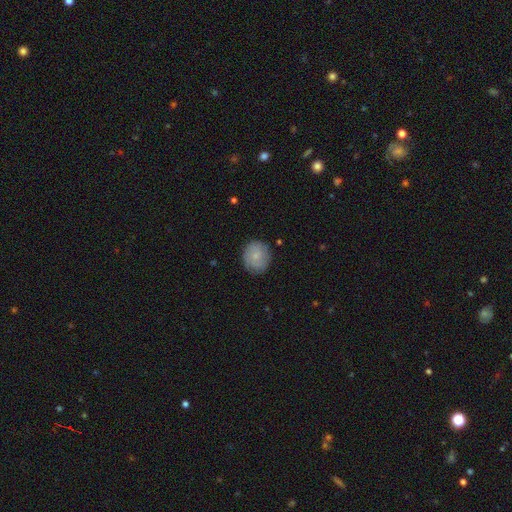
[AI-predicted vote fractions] smooth 67%, featured or disk 25%, star or artifact 7%. Down the decision tree: how rounded — round (74%); merging — none (79%).